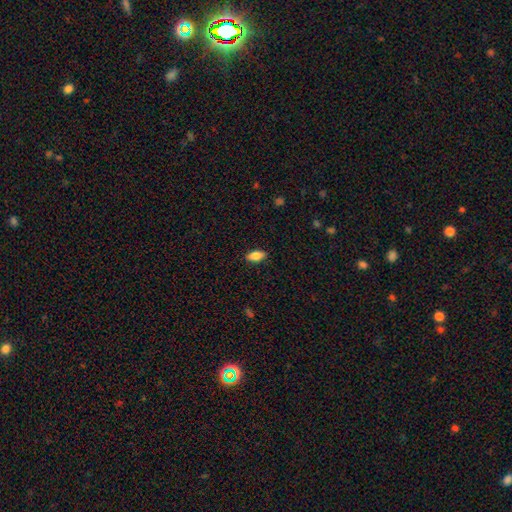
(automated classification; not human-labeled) This appears to be a smooth galaxy with no disk features (84%) that is in between round and cigar-shaped (87%). Merging: none (89%).